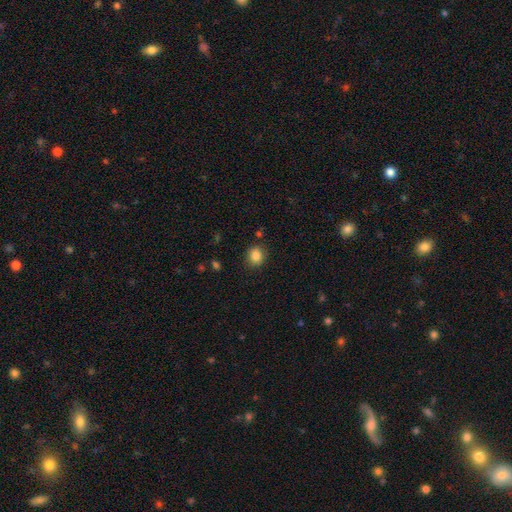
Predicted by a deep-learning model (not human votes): Smooth or featured: smooth — 85% (star or artifact — 10%)
How rounded: round — 77% (in between — 23%)
Merging: none — 86% (minor disturbance — 10%)